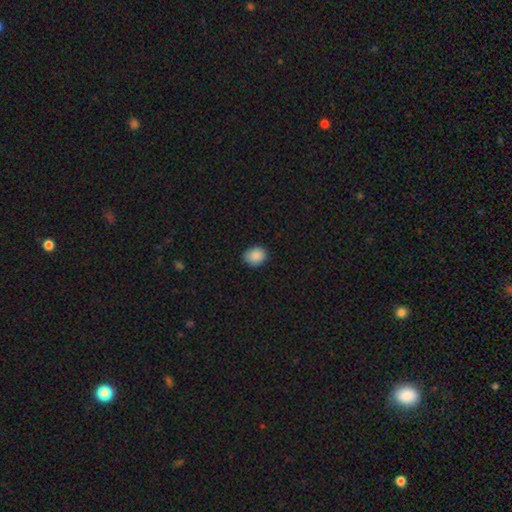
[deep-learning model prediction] A smooth galaxy with no disk features (89%) that is in between round and cigar-shaped (50%).

Vote fractions:
- Smooth or featured? smooth: 89% / star or artifact: 8% / featured or disk: 3%
- How rounded? in between: 50% / round: 49% / cigar-shaped: 1%
- Merging? none: 85% / minor disturbance: 12% / major disturbance: 2% / merger: 1%